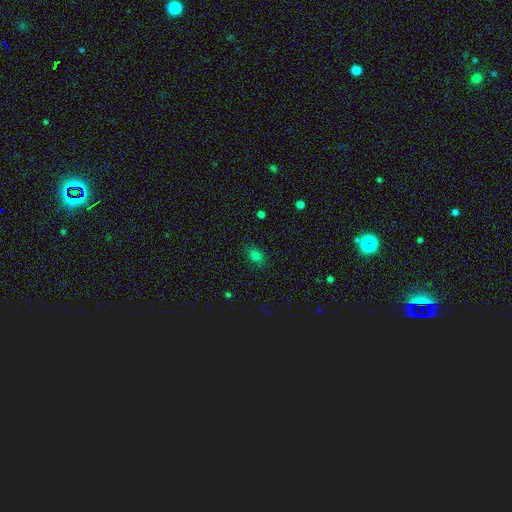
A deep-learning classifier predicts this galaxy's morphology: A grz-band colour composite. It shows a smooth galaxy with no disk features (76%) that is in between round and cigar-shaped (72%). Merging: none (81%).